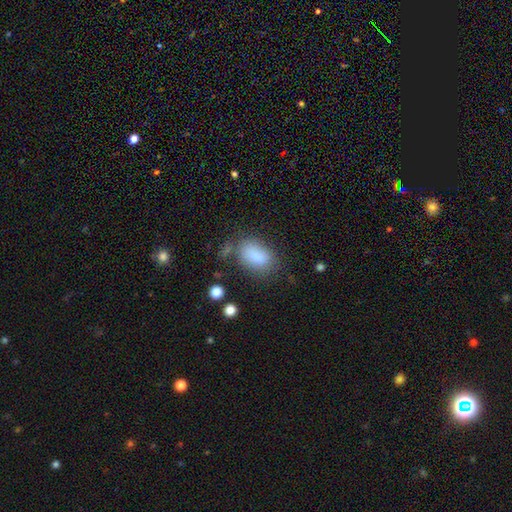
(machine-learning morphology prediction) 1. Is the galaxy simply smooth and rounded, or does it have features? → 84% smooth, 9% star or artifact, 8% featured or disk.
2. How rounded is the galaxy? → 88% in between, 10% round, 2% cigar-shaped.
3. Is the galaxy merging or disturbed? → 61% none, 22% minor disturbance, 10% major disturbance, 7% merger.